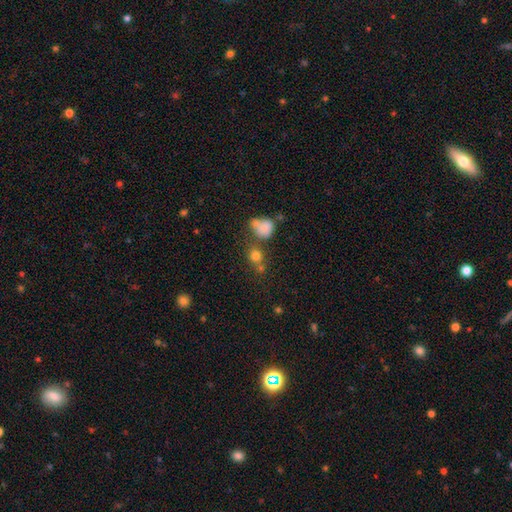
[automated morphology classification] This appears to be a smooth galaxy with no disk features (75%) that is round (78%). Merging: none (57%).